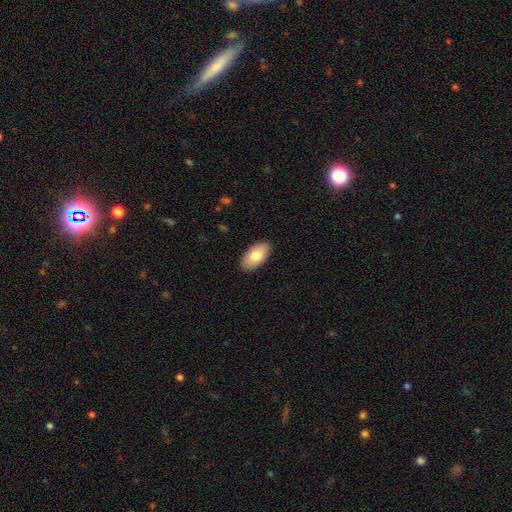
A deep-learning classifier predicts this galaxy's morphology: smooth-or-featured: smooth: 77% | featured or disk: 17% | star or artifact: 6%
  how-rounded: in between: 95% | round: 3% | cigar-shaped: 2%
  merging: none: 89% | minor disturbance: 8% | major disturbance: 2% | merger: 1%